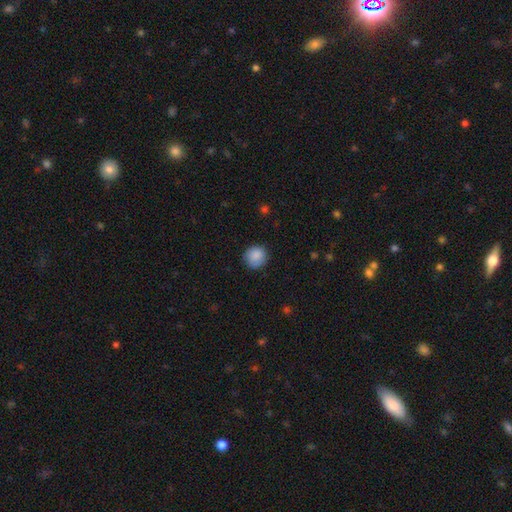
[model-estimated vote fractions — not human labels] smooth-or-featured: smooth: 88% | star or artifact: 7% | featured or disk: 5%
  how-rounded: round: 89% | in between: 10% | cigar-shaped: 1%
  merging: none: 84% | minor disturbance: 12% | major disturbance: 3% | merger: 1%